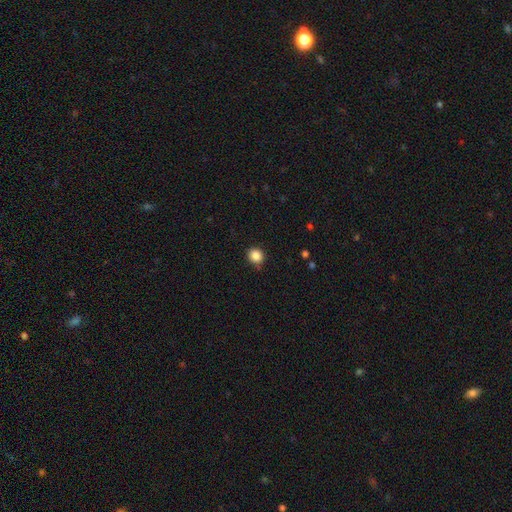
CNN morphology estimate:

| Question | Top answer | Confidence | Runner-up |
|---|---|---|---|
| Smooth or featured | smooth | 86% | star or artifact (10%) |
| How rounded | round | 83% | in between (16%) |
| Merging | none | 84% | minor disturbance (12%) |